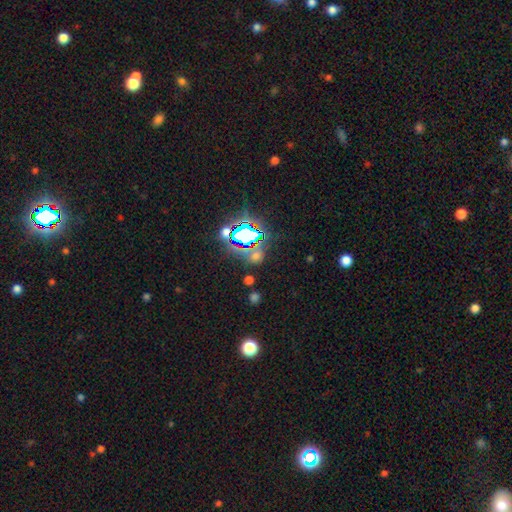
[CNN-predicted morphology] smooth_or_featured: star or artifact (p=0.58) [alt: smooth p=0.33]